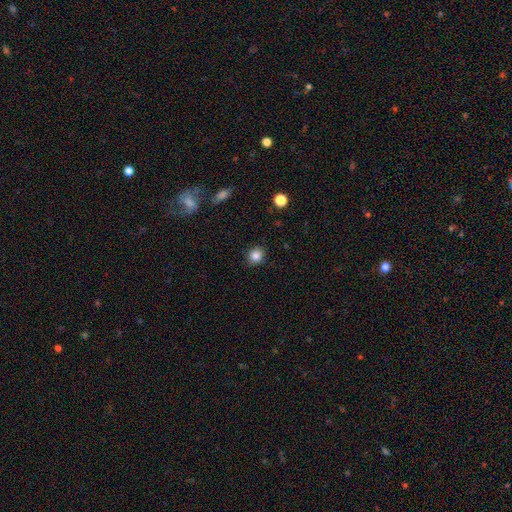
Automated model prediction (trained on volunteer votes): This appears to be a smooth galaxy with no disk features (84%) that is round (79%). Merging: none (88%).